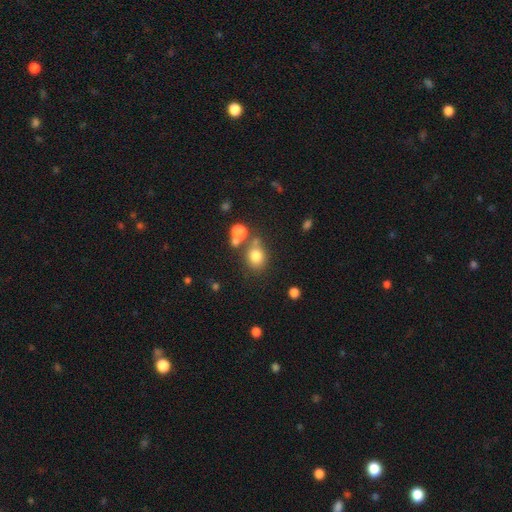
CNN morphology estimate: Smooth or featured: smooth — 77% (star or artifact — 14%)
How rounded: round — 67% (in between — 31%)
Merging: none — 63% (merger — 18%)